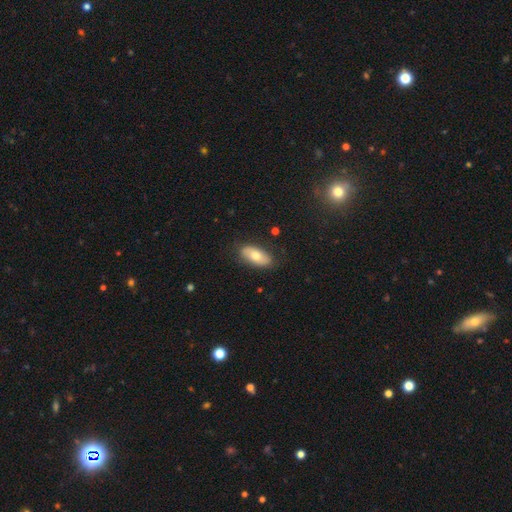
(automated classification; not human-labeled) Smooth or featured?
  - smooth: 68% *
  - featured or disk: 26%
  - star or artifact: 6%
How rounded?
  - in between: 90% *
  - cigar-shaped: 7%
  - round: 3%
Merging?
  - none: 82% *
  - minor disturbance: 14%
  - major disturbance: 3%
  - merger: 1%